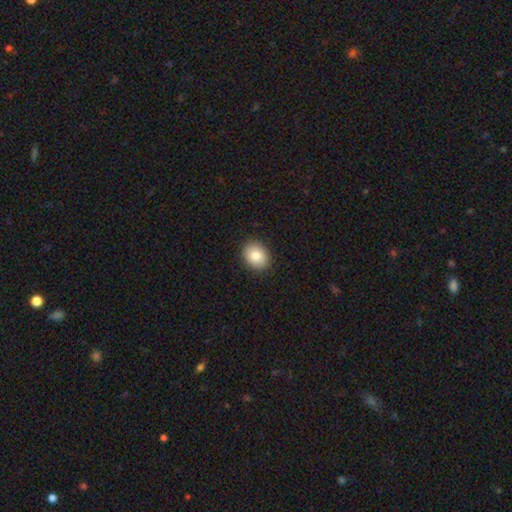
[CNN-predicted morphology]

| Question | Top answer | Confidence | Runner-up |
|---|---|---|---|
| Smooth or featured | smooth | 83% | featured or disk (9%) |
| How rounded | in between | 53% | round (46%) |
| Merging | none | 90% | minor disturbance (7%) |